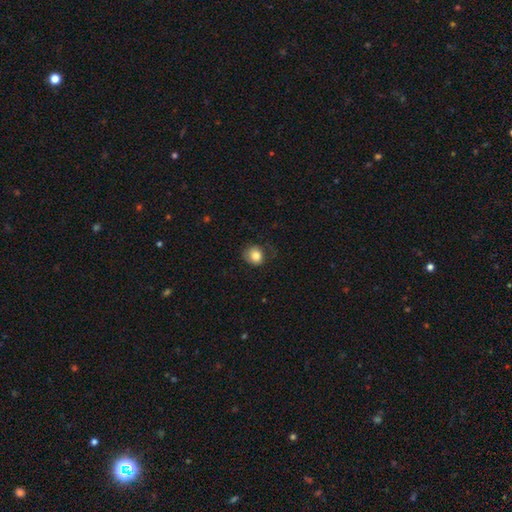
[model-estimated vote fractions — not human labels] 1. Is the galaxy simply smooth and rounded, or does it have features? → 81% smooth, 10% featured or disk, 10% star or artifact.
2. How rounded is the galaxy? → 78% round, 21% in between, 1% cigar-shaped.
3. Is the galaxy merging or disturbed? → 69% none, 20% minor disturbance, 10% major disturbance, 1% merger.